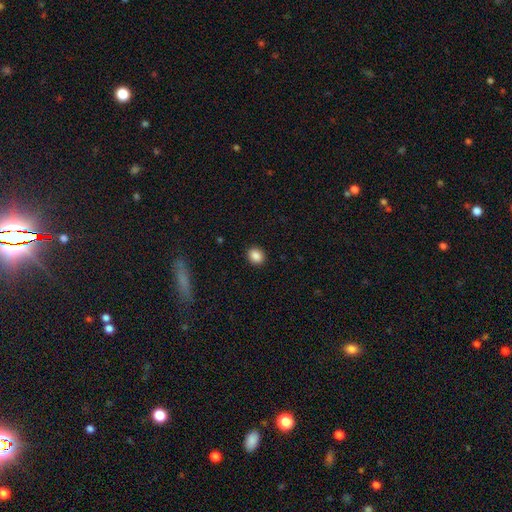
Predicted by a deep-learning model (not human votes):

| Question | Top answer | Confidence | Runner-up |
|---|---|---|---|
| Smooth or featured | smooth | 87% | star or artifact (9%) |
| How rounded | round | 63% | in between (36%) |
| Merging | none | 91% | minor disturbance (6%) |